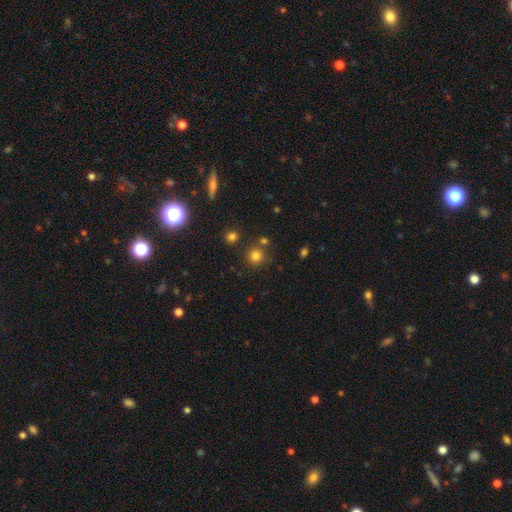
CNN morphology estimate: smooth_or_featured: smooth (p=0.77) [alt: star or artifact p=0.17]
how_rounded: round (p=0.92) [alt: in between p=0.07]
merging: none (p=0.78) [alt: merger p=0.11]